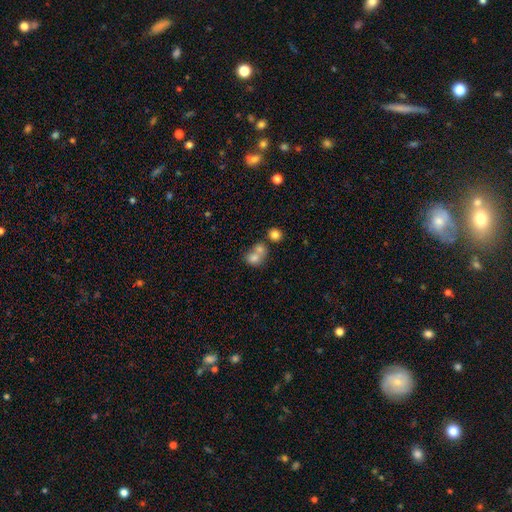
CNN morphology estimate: smooth_or_featured: smooth (p=0.75) [alt: featured or disk p=0.14]
how_rounded: round (p=0.61) [alt: in between p=0.38]
merging: merger (p=0.61) [alt: none p=0.28]